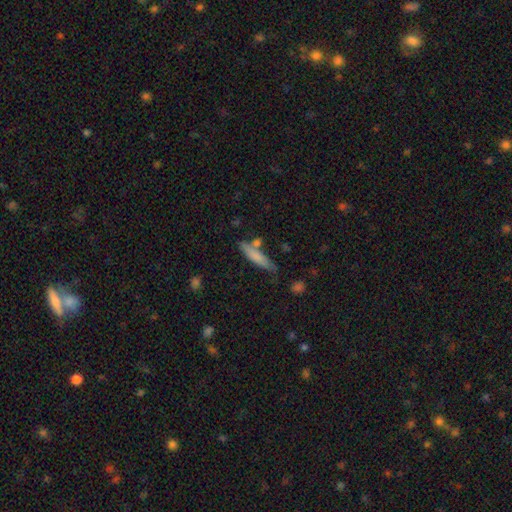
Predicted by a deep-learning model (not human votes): Smooth or featured?
  - smooth: 72% *
  - featured or disk: 21%
  - star or artifact: 6%
How rounded?
  - cigar-shaped: 81% *
  - in between: 17%
  - round: 2%
Merging?
  - none: 66% *
  - minor disturbance: 18%
  - merger: 12%
  - major disturbance: 5%